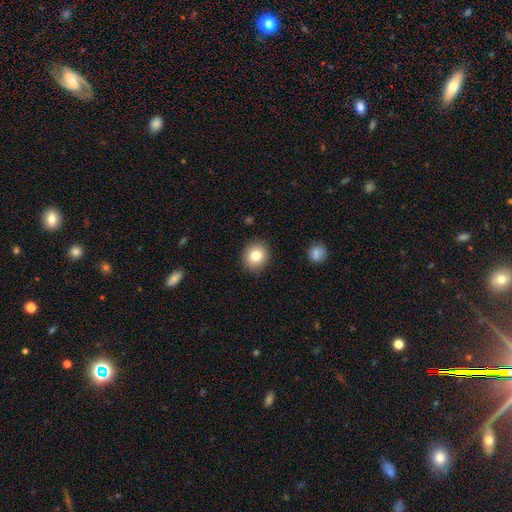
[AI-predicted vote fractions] Smooth or featured? smooth (81%)
How rounded? round (79%)
Merging? none (89%)